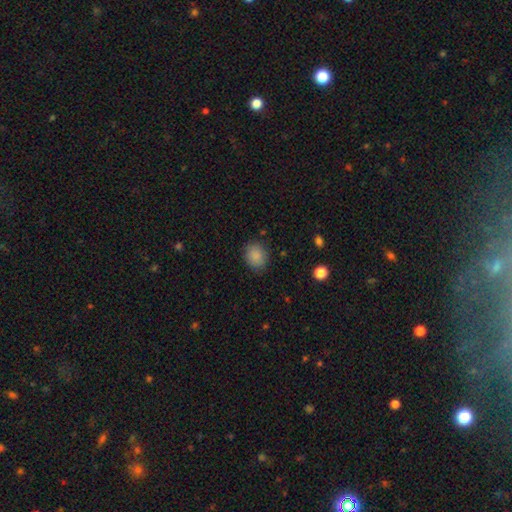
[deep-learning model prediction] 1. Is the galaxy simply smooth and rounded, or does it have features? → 87% smooth, 9% star or artifact, 4% featured or disk.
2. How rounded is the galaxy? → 57% round, 42% in between, 1% cigar-shaped.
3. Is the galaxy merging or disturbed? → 85% none, 11% minor disturbance, 3% major disturbance, 1% merger.